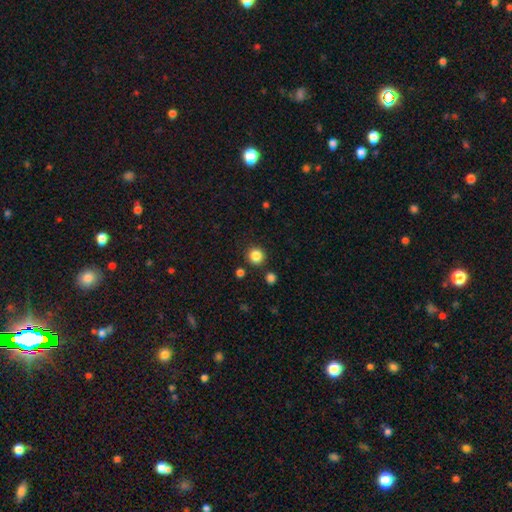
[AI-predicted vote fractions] A smooth galaxy with no disk features (85%) that is round (92%). Merging: none (87%).